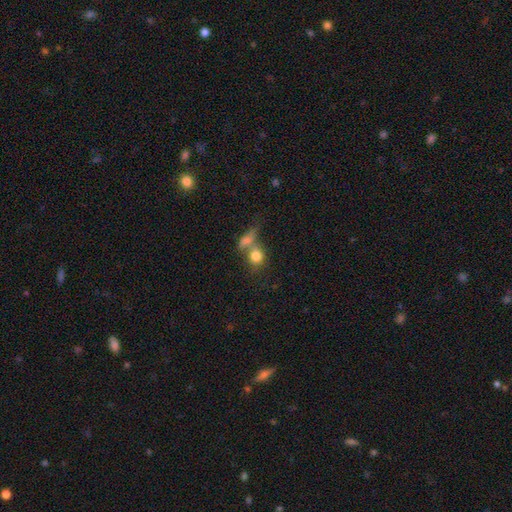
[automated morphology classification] This is likely a smooth galaxy (79%). How rounded: likely round (72%). Merging: possibly merger (51%).